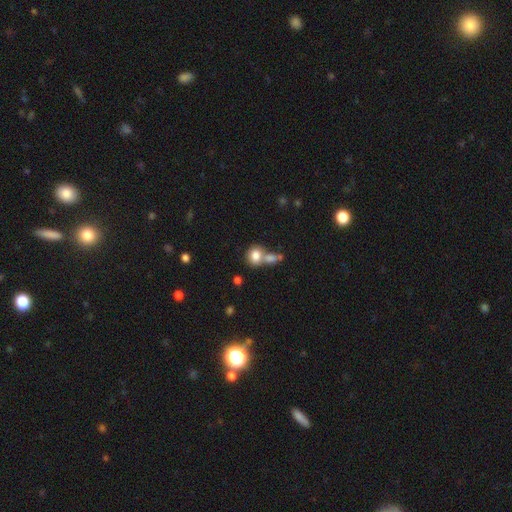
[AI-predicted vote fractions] The model was most divided on "merging": merger: 49%, none: 36%, minor disturbance: 10%, major disturbance: 5%. More confident: smooth or featured — smooth (81%); how rounded — round (60%).